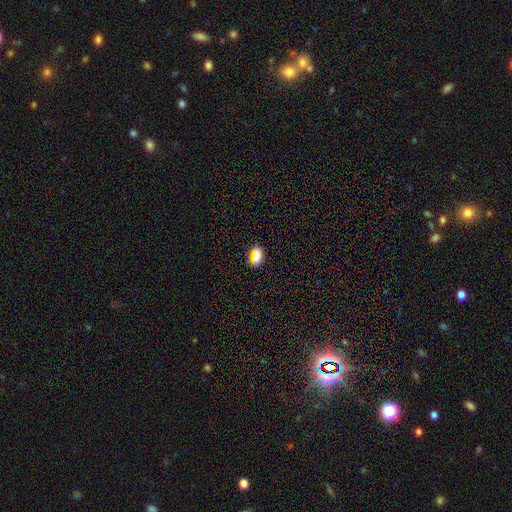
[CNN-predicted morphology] This is likely a smooth galaxy (75%). How rounded: likely in between (74%). Merging: clearly none (81%).